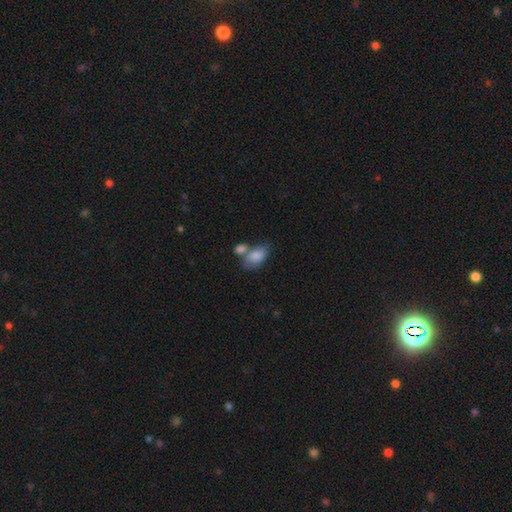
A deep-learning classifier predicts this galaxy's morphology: This appears to be a smooth galaxy with no disk features (81%) that is in between round and cigar-shaped (89%). Merging: merger (46%).